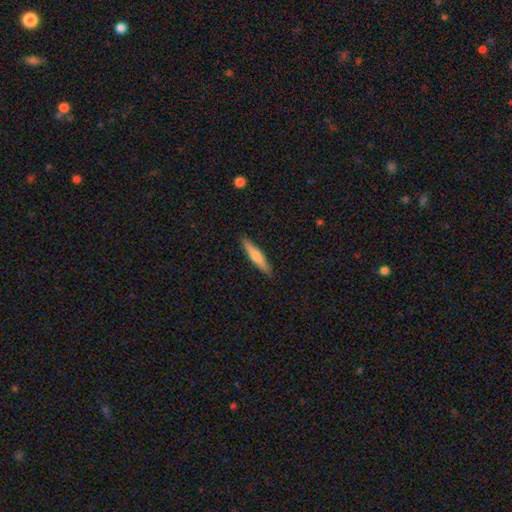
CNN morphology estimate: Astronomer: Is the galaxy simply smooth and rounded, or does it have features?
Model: smooth — 59% (runner-up: featured or disk, 36%).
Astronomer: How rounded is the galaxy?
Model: cigar-shaped — 90%.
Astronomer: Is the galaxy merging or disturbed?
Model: none — 90%.